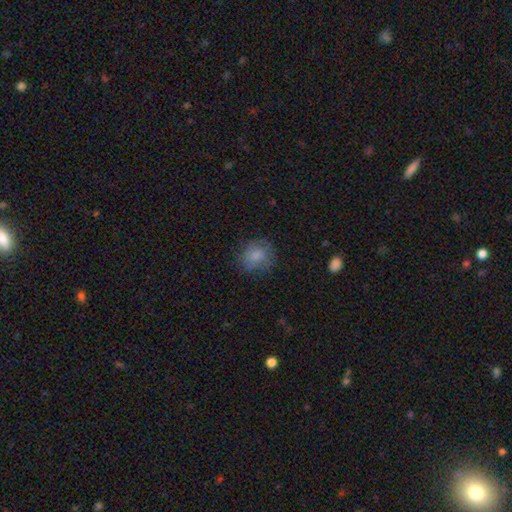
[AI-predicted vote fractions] smooth-or-featured: smooth: 73% | featured or disk: 18% | star or artifact: 9%
  how-rounded: round: 74% | in between: 25% | cigar-shaped: 1%
  merging: none: 72% | minor disturbance: 19% | major disturbance: 8% | merger: 1%